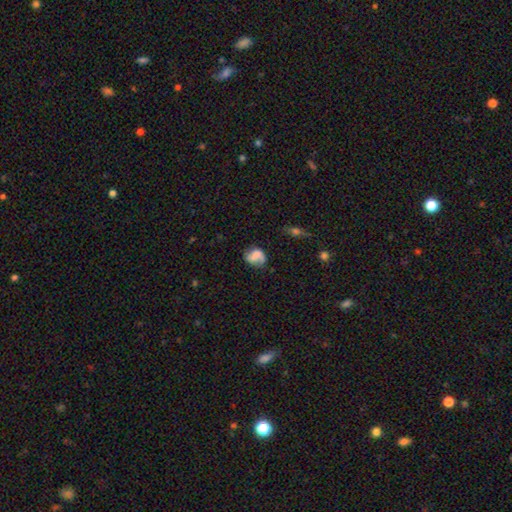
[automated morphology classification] smooth_or_featured: featured or disk (p=0.51) [alt: smooth p=0.39]
disk_edge_on: no (p=0.96) [alt: yes p=0.04]
merging: none (p=0.62) [alt: minor disturbance p=0.23]